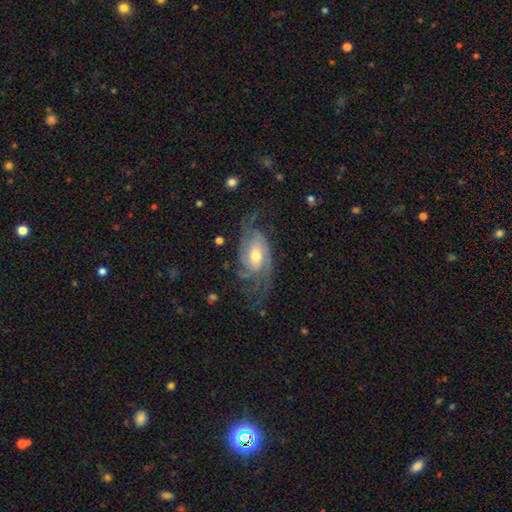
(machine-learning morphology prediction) The model was most divided on "spiral arm count": can't tell: 28%, 2: 25%, 3: 24%, 4: 11%, 1: 6%, more than 4: 6%. Remaining: edge-on disk — no (94%); spiral arms — yes (93%); smooth or featured — featured or disk (82%); bulge size — moderate (67%); bar — no (60%); merging — none (58%); spiral winding — medium (41%).